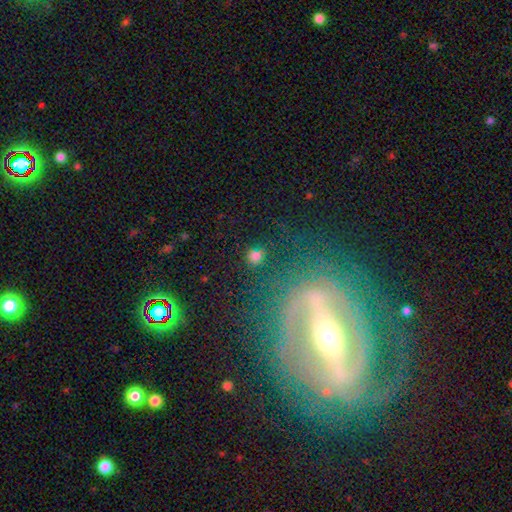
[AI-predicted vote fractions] Overall: smooth (68%). How rounded: round (81%). Merging: none (75%).